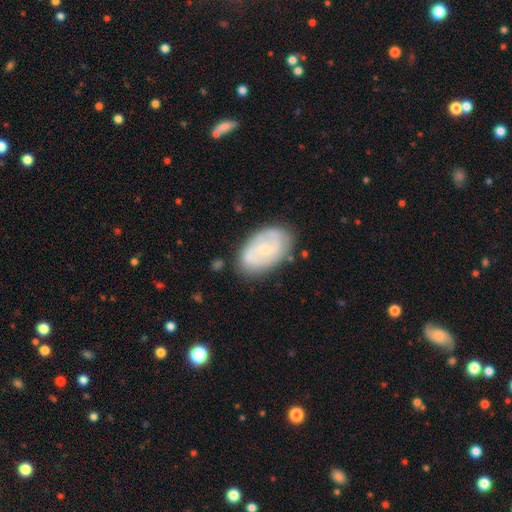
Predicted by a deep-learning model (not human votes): smooth_or_featured: featured or disk (p=0.69) [alt: smooth p=0.25]
disk_edge_on: no (p=0.97) [alt: yes p=0.03]
bar: no (p=0.57) [alt: weak p=0.36]
has_spiral_arms: yes (p=0.85) [alt: no p=0.15]
spiral_winding: medium (p=0.43) [alt: tight p=0.42]
spiral_arm_count: 2 (p=0.64) [alt: can't tell p=0.21]
bulge_size: small (p=0.66) [alt: moderate p=0.25]
merging: none (p=0.74) [alt: minor disturbance p=0.18]